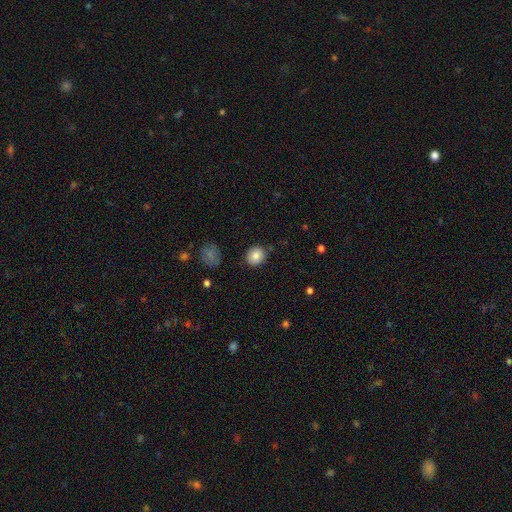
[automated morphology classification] smooth-or-featured: smooth: 84% | star or artifact: 9% | featured or disk: 7%
  how-rounded: round: 81% | in between: 18% | cigar-shaped: 1%
  merging: none: 85% | minor disturbance: 10% | major disturbance: 3% | merger: 2%